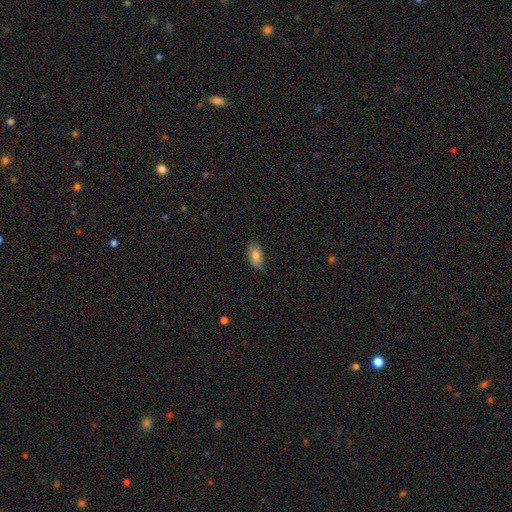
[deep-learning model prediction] This appears to be a smooth galaxy with no disk features (82%) that is in between round and cigar-shaped (92%). Merging: none (82%).